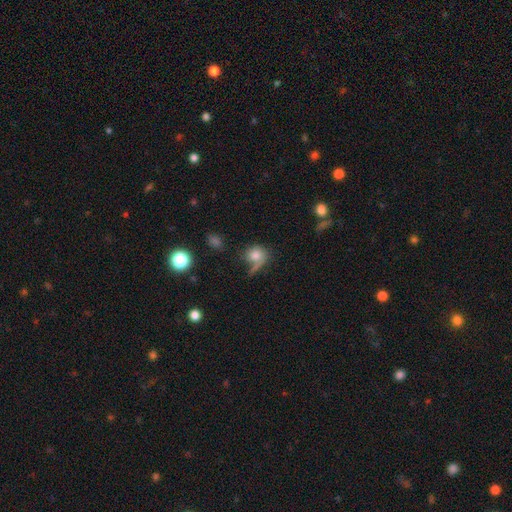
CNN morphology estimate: Smooth or featured? Predicted: smooth (p=0.73). How rounded? Predicted: round (p=0.70). Merging? Predicted: none (p=0.45).